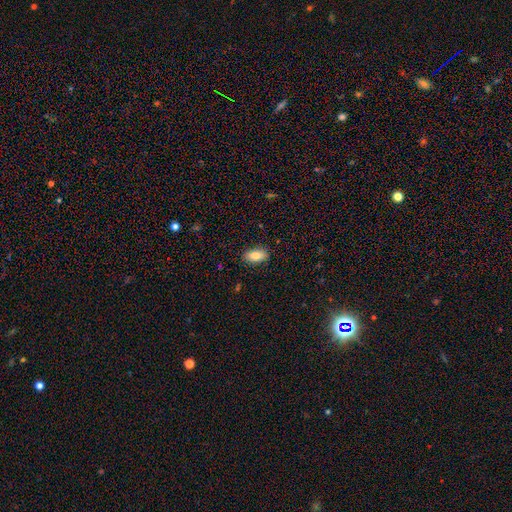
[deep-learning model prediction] smooth_or_featured: smooth (p=0.80) [alt: featured or disk p=0.13]
how_rounded: in between (p=0.90) [alt: round p=0.05]
merging: none (p=0.87) [alt: minor disturbance p=0.10]